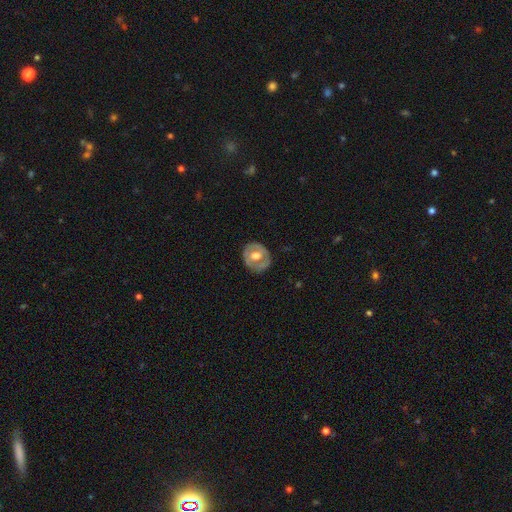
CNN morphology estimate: Smooth or featured?
  - featured or disk: 53% *
  - smooth: 41%
  - star or artifact: 6%
Edge-on disk?
  - no: 95% *
  - yes: 5%
Bar?
  - no: 59% *
  - weak: 31%
  - strong: 10%
Spiral arms?
  - no: 74% *
  - yes: 26%
Bulge size?
  - moderate: 63% *
  - large: 29%
  - small: 5%
  - none: 1%
  - dominant: 1%
Merging?
  - none: 79% *
  - minor disturbance: 15%
  - major disturbance: 5%
  - merger: 1%